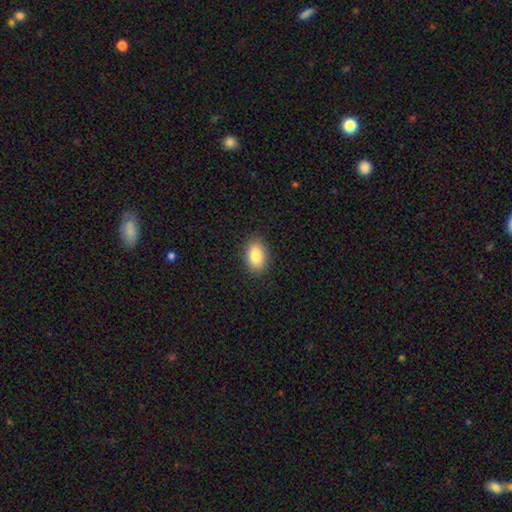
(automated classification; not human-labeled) This appears to be a smooth galaxy with no disk features (85%) that is in between round and cigar-shaped (86%). Merging: none (89%).